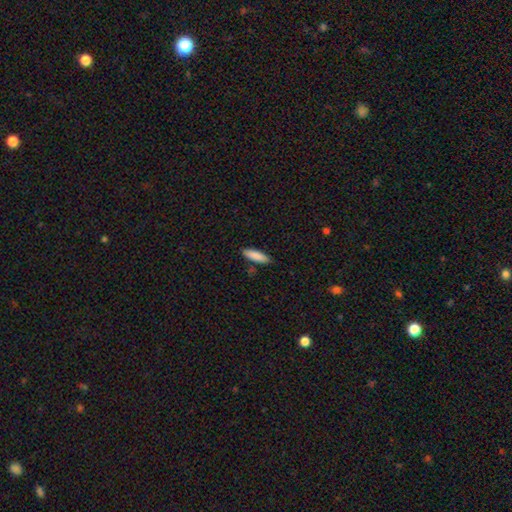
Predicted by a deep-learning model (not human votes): Overall: smooth (87%). How rounded: cigar-shaped (57%; in between 41%). Merging: none (84%).